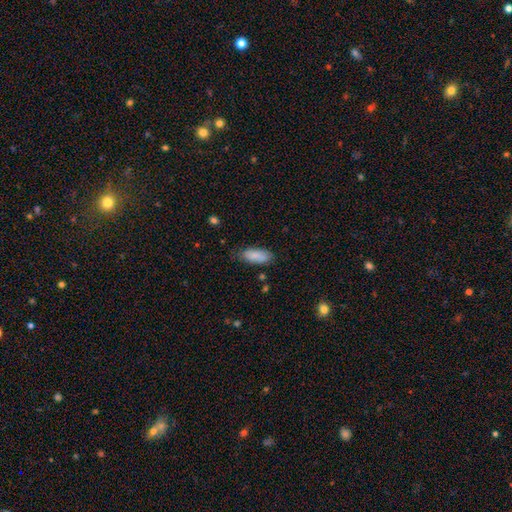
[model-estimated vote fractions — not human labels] A smooth galaxy with no disk features (88%) that is in between round and cigar-shaped (80%).

Vote fractions:
- Smooth or featured? smooth: 88% / star or artifact: 6% / featured or disk: 6%
- How rounded? in between: 80% / cigar-shaped: 18% / round: 2%
- Merging? none: 73% / minor disturbance: 21% / major disturbance: 4% / merger: 2%